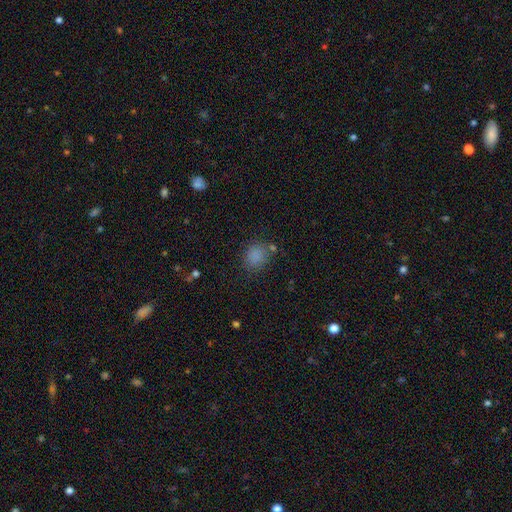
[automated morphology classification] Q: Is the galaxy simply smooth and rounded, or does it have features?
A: smooth — 82%.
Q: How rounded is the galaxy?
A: round — 66%.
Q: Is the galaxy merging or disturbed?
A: none — 75%.